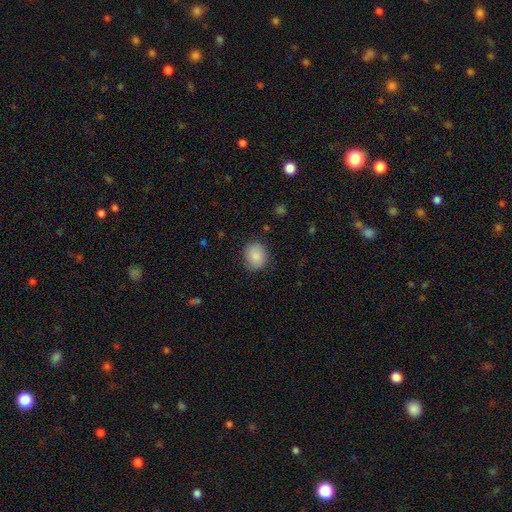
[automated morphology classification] smooth 86%, star or artifact 7%, featured or disk 6%. Down the decision tree: how rounded — round (63%); merging — none (81%).